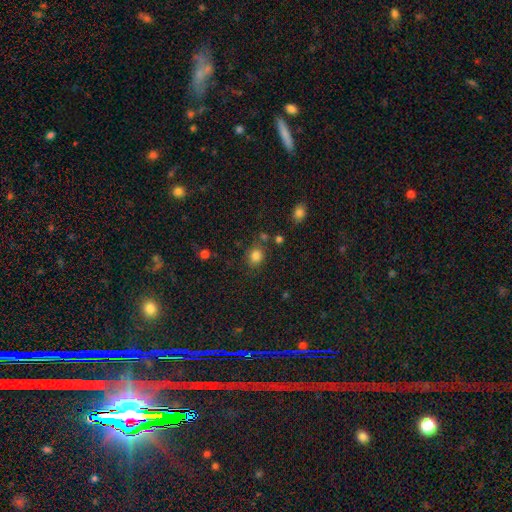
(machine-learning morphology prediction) This appears to be a smooth galaxy with no disk features (83%) that is round (75%). Merging: none (77%).